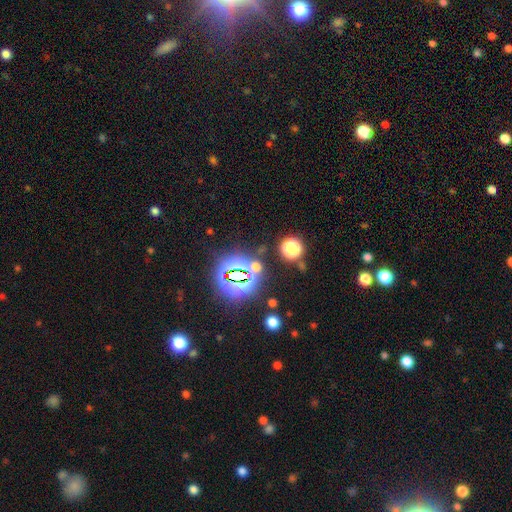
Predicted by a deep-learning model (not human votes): The model was most divided on "smooth or featured": star or artifact: 82%, smooth: 11%, featured or disk: 7%.